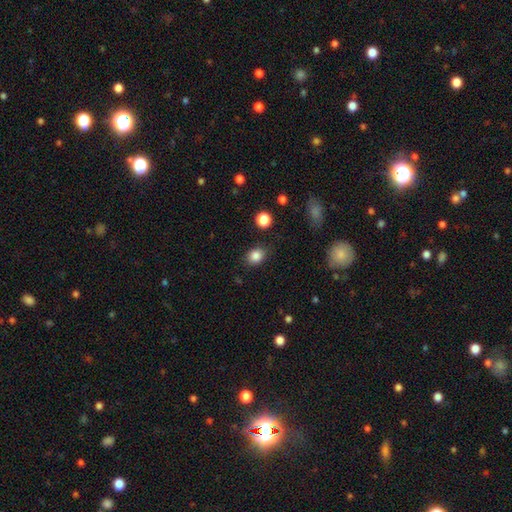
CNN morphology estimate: This appears to be a smooth galaxy with no disk features (85%) that is in between round and cigar-shaped (53%). Merging: none (82%).